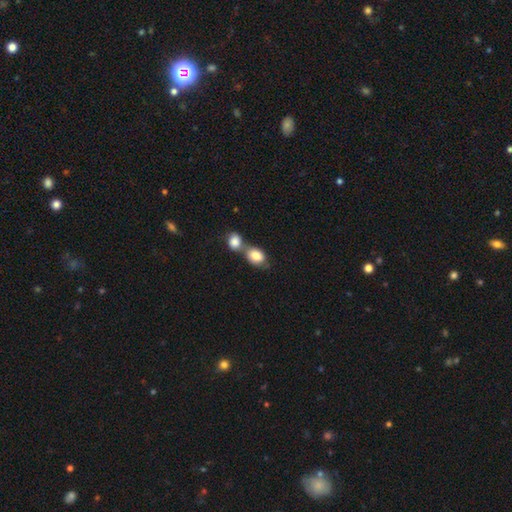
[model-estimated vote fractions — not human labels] smooth 83%, featured or disk 10%, star or artifact 7%. Down the decision tree: how rounded — in between (73%); merging — merger (63%).